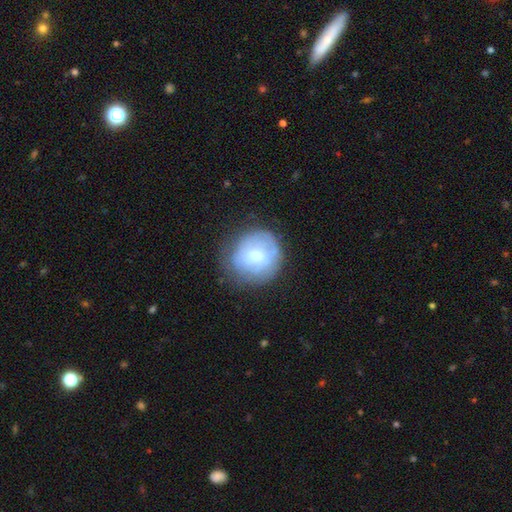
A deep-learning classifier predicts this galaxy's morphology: smooth 50%, featured or disk 42%, star or artifact 8%. Down the decision tree: how rounded — round (85%); merging — none (64%).